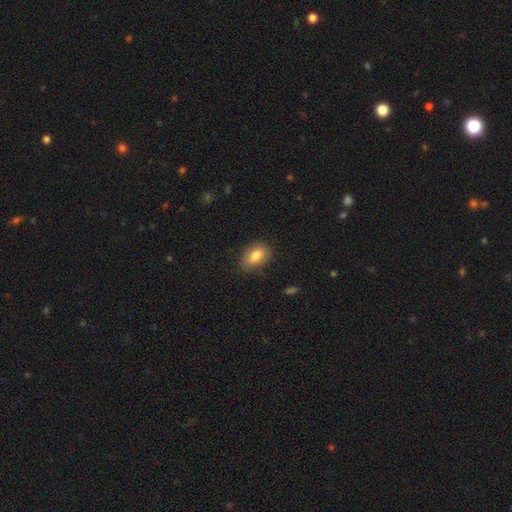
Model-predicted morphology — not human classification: smooth_or_featured: smooth (p=0.81) [alt: featured or disk p=0.11]
how_rounded: in between (p=0.84) [alt: round p=0.13]
merging: none (p=0.80) [alt: minor disturbance p=0.15]